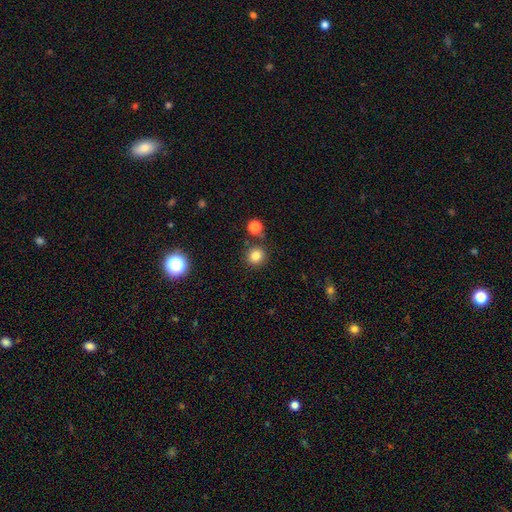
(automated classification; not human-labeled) The model was most divided on "smooth or featured": smooth: 82%, star or artifact: 12%, featured or disk: 5%. More confident: how rounded — round (90%); merging — none (83%).